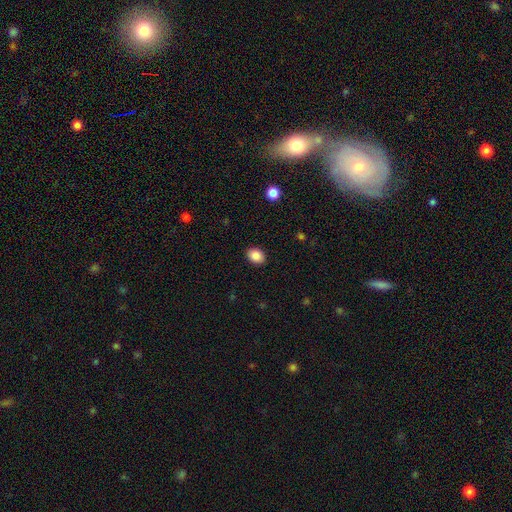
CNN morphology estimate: This is clearly a smooth galaxy (87%). How rounded: likely in between (60%). Merging: clearly none (90%).